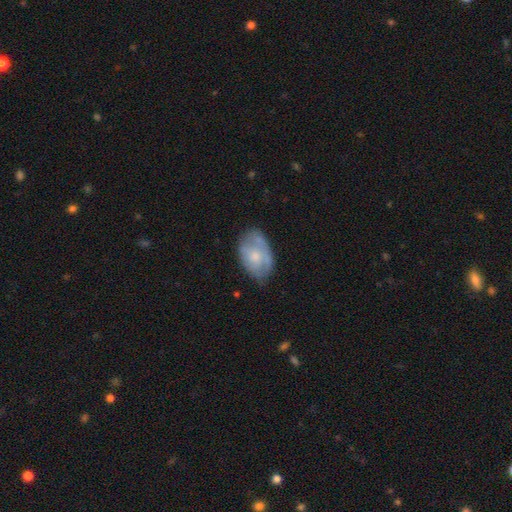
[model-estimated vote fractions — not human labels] The model was most divided on "smooth or featured": smooth: 49%, featured or disk: 44%, star or artifact: 6%. More confident: merging — none (58%).